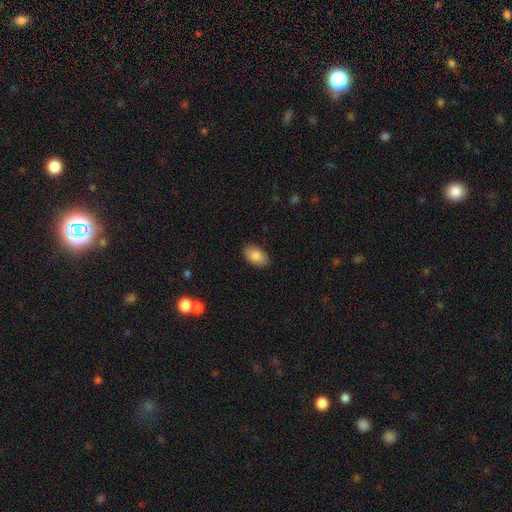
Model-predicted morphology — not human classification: Smooth or featured? Predicted: smooth (p=0.86). How rounded? Predicted: in between (p=0.93). Merging? Predicted: none (p=0.88).